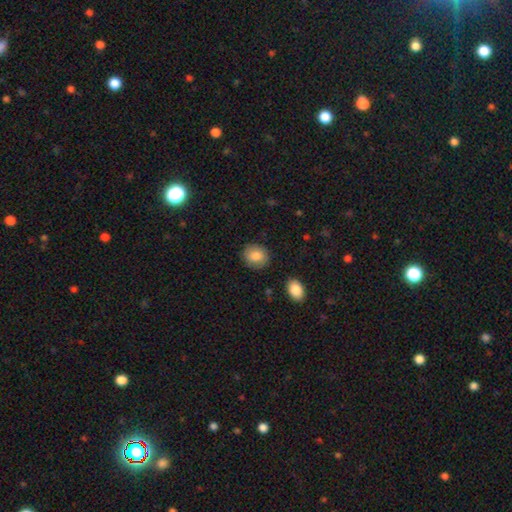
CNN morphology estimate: This is clearly a smooth galaxy (84%). How rounded: likely round (69%). Merging: clearly none (86%).